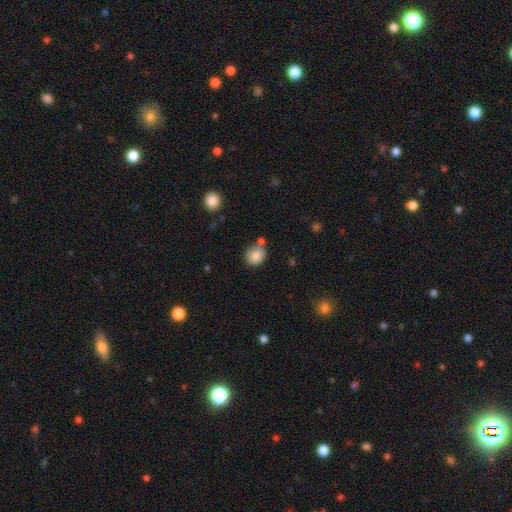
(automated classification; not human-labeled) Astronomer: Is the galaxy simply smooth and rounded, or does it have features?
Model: smooth — 84%.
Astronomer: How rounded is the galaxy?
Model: round — 70%.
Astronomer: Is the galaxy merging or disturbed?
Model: none — 67%.